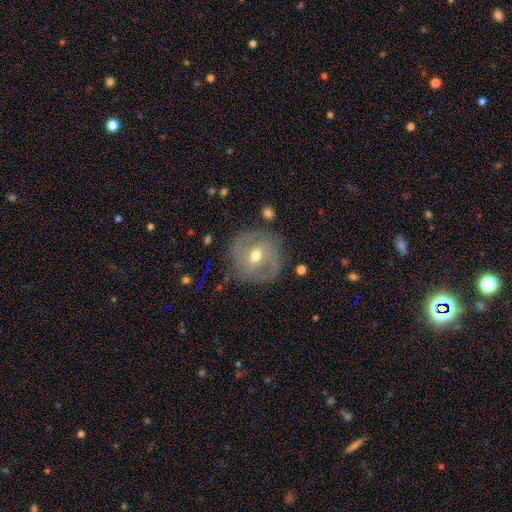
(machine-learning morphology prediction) A featured or disk galaxy (72%) with a weak bar (49%), 2 (56%) tight (50%) spiral arms (80%) and a moderate central bulge (73%).

Vote fractions:
- Smooth or featured? featured or disk: 72% / smooth: 21% / star or artifact: 7%
- Edge-on disk? no: 96% / yes: 4%
- Bar? weak: 49% / no: 34% / strong: 17%
- Spiral arms? yes: 80% / no: 20%
- Spiral winding? tight: 50% / medium: 37% / loose: 13%
- Spiral arm count? 2: 56% / can't tell: 24% / 3: 10% / 1: 4% / 4: 3% / more than 4: 3%
- Bulge size? moderate: 73% / small: 22% / large: 4% / none: 1% / dominant: 1%
- Merging? none: 78% / minor disturbance: 14% / major disturbance: 6% / merger: 2%